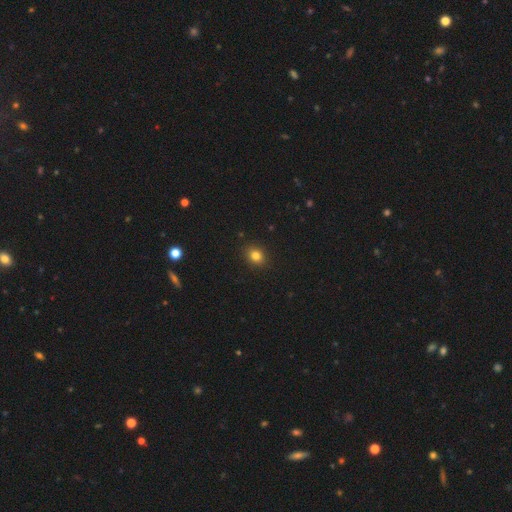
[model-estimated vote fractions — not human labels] The model was most divided on "how rounded": round: 60%, in between: 39%, cigar-shaped: 1%. More confident: merging — none (90%); smooth or featured — smooth (82%).